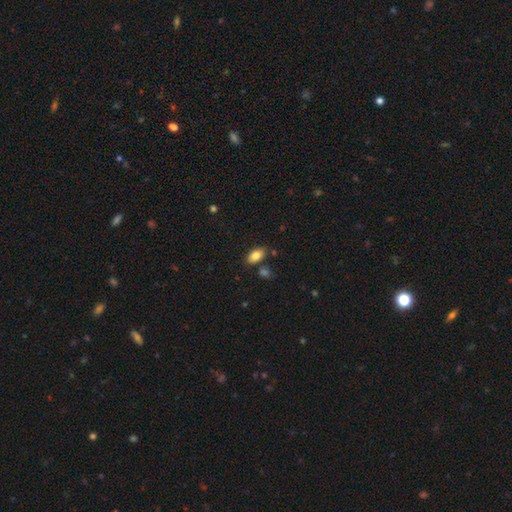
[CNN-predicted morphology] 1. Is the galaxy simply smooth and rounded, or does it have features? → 83% smooth, 9% featured or disk, 8% star or artifact.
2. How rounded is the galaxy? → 92% in between, 6% round, 2% cigar-shaped.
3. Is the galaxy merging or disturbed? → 79% none, 12% minor disturbance, 6% merger, 3% major disturbance.